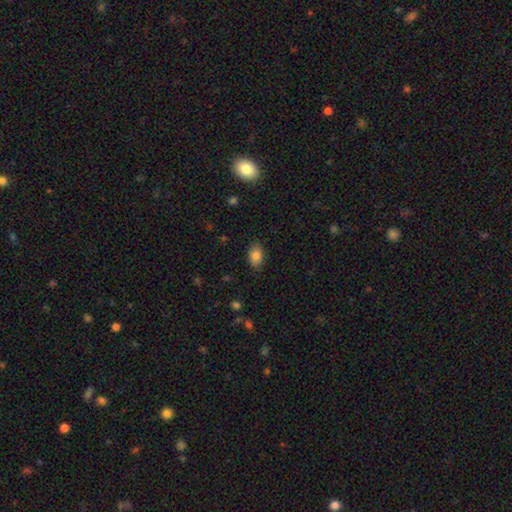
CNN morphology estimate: Smooth or featured: smooth — 86% (star or artifact — 9%)
How rounded: in between — 86% (round — 13%)
Merging: none — 84% (minor disturbance — 12%)